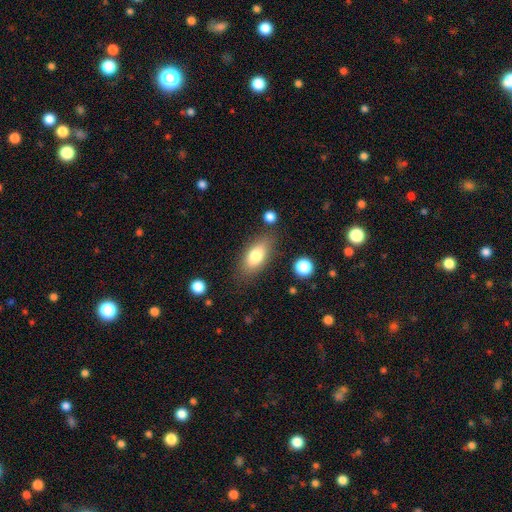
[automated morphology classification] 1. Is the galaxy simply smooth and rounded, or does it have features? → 77% smooth, 16% featured or disk, 7% star or artifact.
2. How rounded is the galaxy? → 85% in between, 11% cigar-shaped, 4% round.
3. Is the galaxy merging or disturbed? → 77% none, 15% minor disturbance, 4% major disturbance, 4% merger.